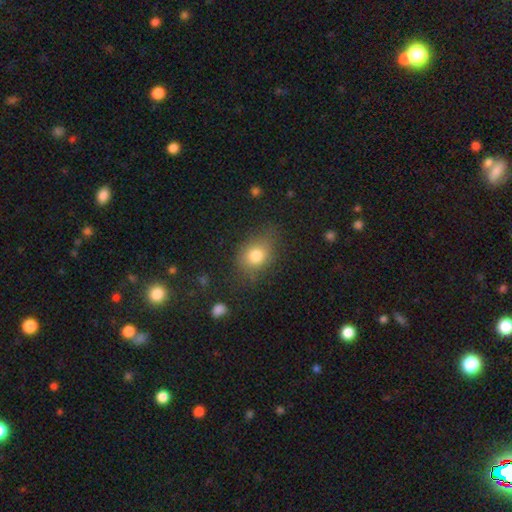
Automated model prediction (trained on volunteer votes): smooth-or-featured: smooth: 79% | star or artifact: 11% | featured or disk: 10%
  how-rounded: in between: 52% | round: 47% | cigar-shaped: 1%
  merging: none: 67% | minor disturbance: 22% | major disturbance: 8% | merger: 2%